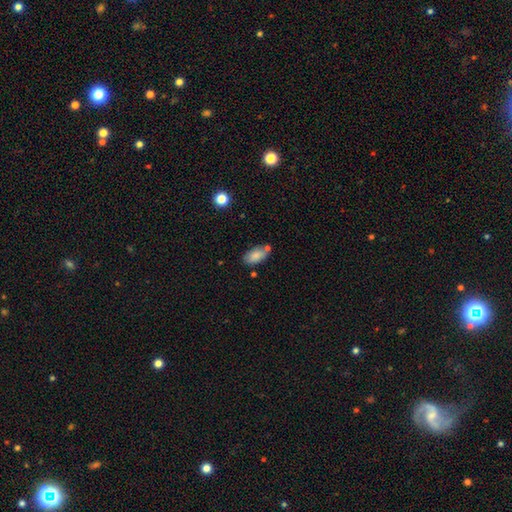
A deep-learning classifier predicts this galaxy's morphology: A smooth galaxy with no disk features (83%) that is in between round and cigar-shaped (92%).

Vote fractions:
- Smooth or featured? smooth: 83% / featured or disk: 9% / star or artifact: 7%
- How rounded? in between: 92% / cigar-shaped: 5% / round: 3%
- Merging? none: 64% / minor disturbance: 18% / merger: 14% / major disturbance: 4%